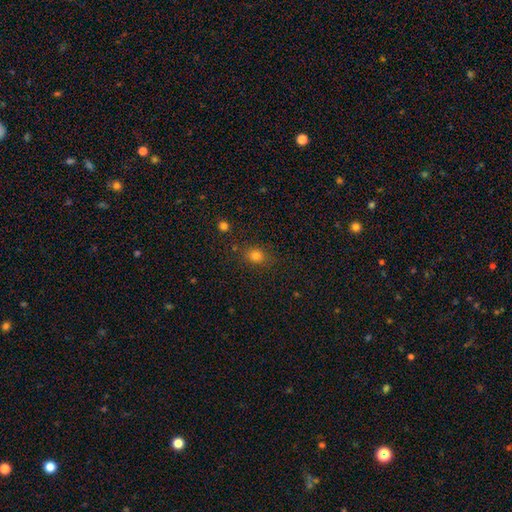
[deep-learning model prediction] Smooth or featured? Predicted: smooth (p=0.78). How rounded? Predicted: round (p=0.54). Merging? Predicted: none (p=0.80).